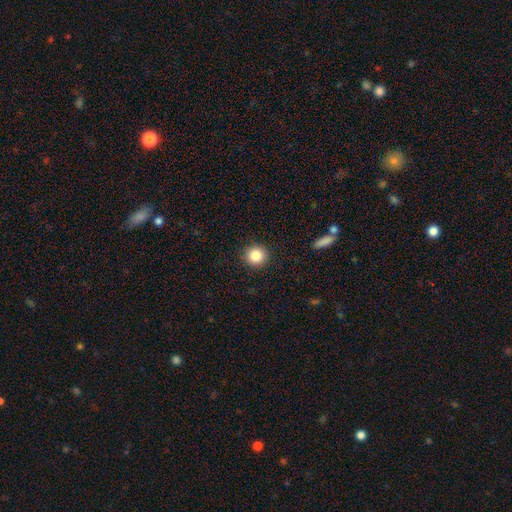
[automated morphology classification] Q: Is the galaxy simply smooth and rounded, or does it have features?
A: smooth — 86%.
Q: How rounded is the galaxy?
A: round — 94%.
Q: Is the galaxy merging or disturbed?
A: none — 92%.